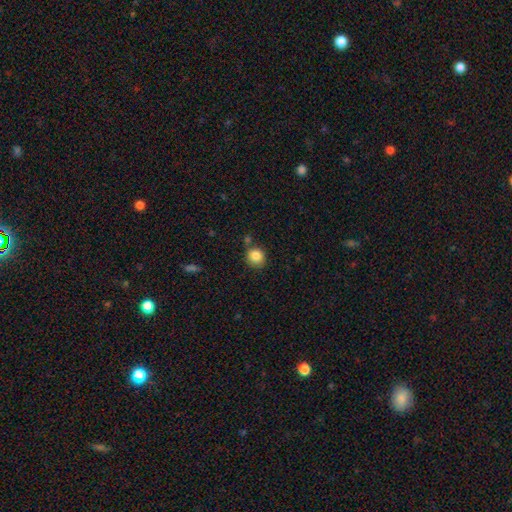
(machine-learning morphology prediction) This appears to be a smooth galaxy with no disk features (85%) that is round (88%). Merging: none (75%).